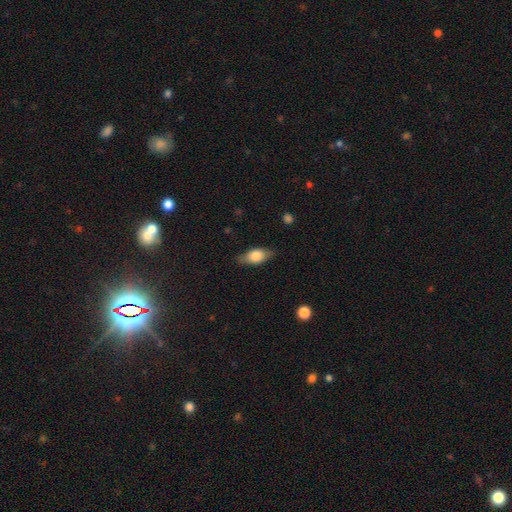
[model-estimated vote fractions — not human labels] Smooth or featured? Predicted: smooth (p=0.70). How rounded? Predicted: in between (p=0.83). Merging? Predicted: none (p=0.79).